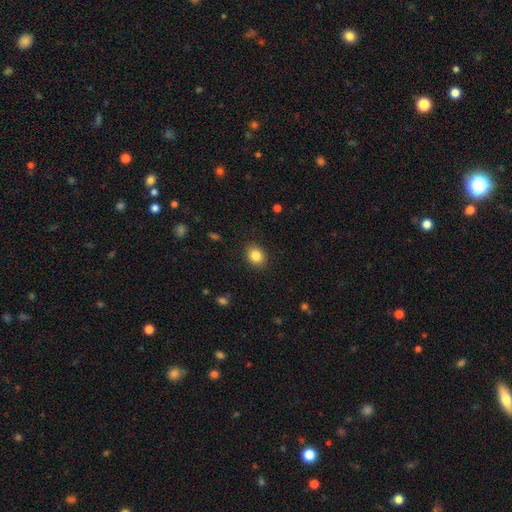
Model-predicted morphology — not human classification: A smooth galaxy with no disk features (84%) that is round (56%). Merging: none (89%).